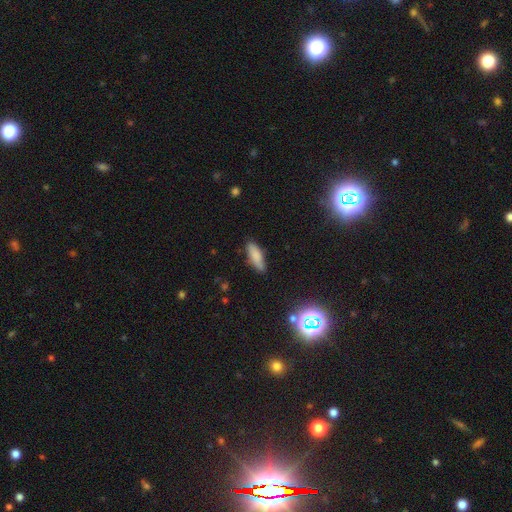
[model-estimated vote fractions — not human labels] smooth 81%, featured or disk 11%, star or artifact 8%. Down the decision tree: how rounded — in between (57%); merging — none (79%).